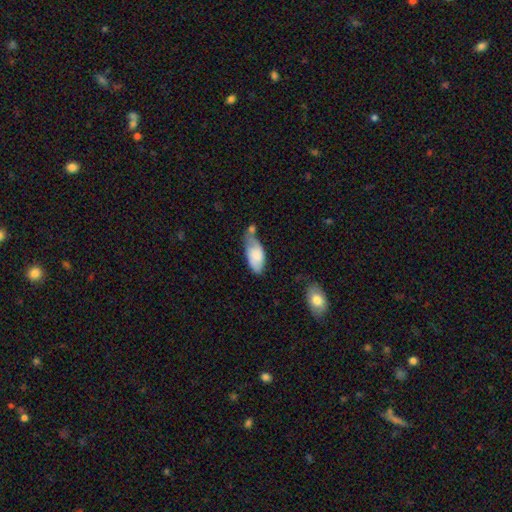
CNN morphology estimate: A smooth galaxy with no disk features (72%) that is in between round and cigar-shaped (89%).

Vote fractions:
- Smooth or featured? smooth: 72% / featured or disk: 22% / star or artifact: 7%
- How rounded? in between: 89% / cigar-shaped: 9% / round: 2%
- Merging? none: 33% / minor disturbance: 32% / merger: 22% / major disturbance: 13%